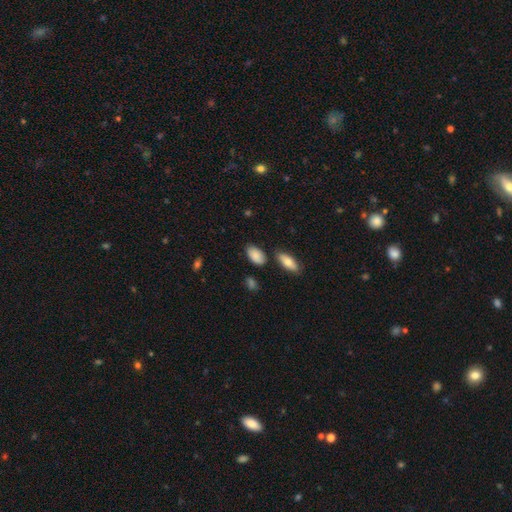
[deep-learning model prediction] Morphology: type=smooth (84%); roundness=in between (93%); merging=none (75%).